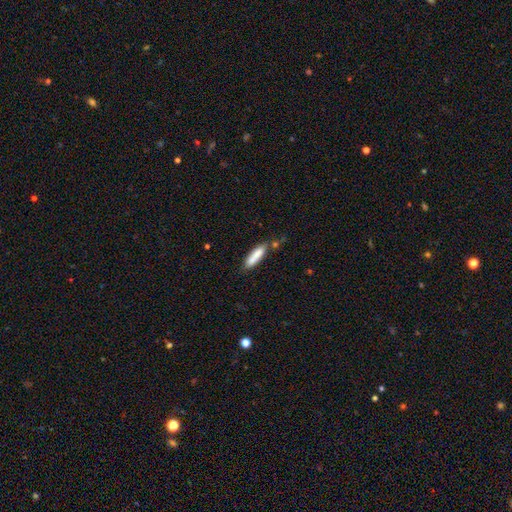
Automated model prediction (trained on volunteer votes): smooth-or-featured: smooth: 80% | featured or disk: 14% | star or artifact: 6%
  how-rounded: cigar-shaped: 75% | in between: 23% | round: 1%
  merging: none: 68% | minor disturbance: 18% | merger: 10% | major disturbance: 4%